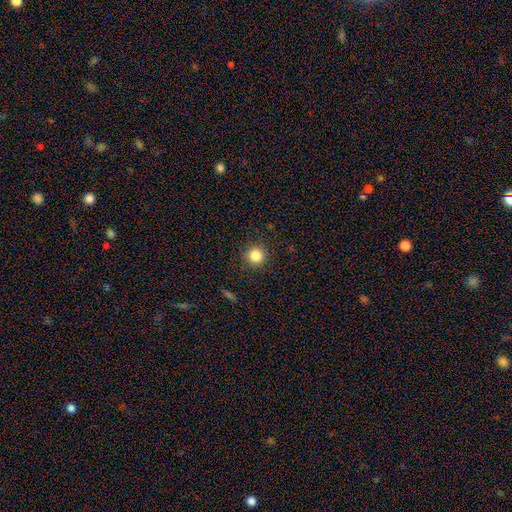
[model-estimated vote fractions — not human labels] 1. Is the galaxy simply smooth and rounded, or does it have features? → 84% smooth, 11% star or artifact, 5% featured or disk.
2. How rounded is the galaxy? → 94% round, 5% in between, 1% cigar-shaped.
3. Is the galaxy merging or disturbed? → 91% none, 6% minor disturbance, 2% major disturbance, 1% merger.